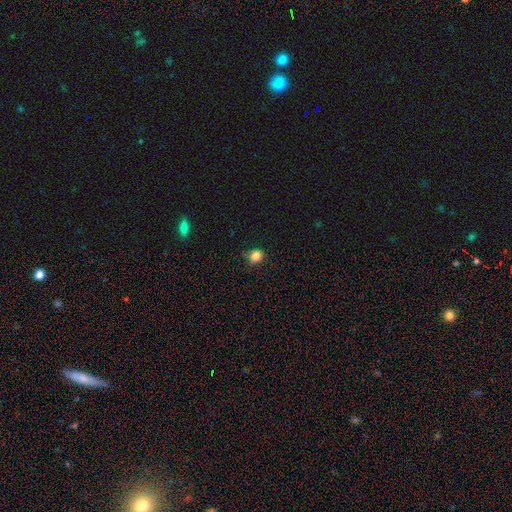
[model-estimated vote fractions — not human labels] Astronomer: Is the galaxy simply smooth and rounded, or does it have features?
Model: smooth — 83%.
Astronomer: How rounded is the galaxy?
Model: round — 77%.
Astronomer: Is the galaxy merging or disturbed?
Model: none — 83%.